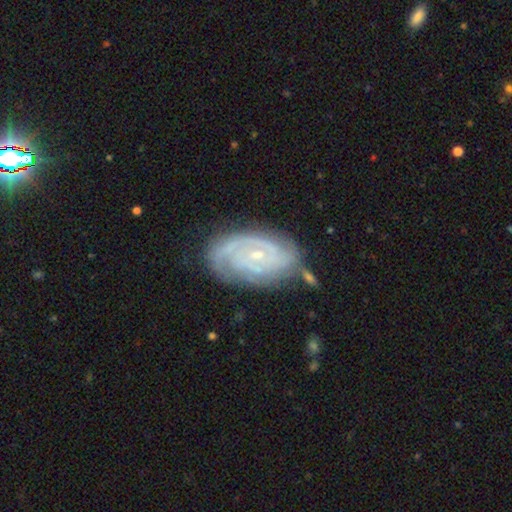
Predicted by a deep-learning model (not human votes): Smooth or featured?
  - featured or disk: 87% *
  - smooth: 8%
  - star or artifact: 6%
Edge-on disk?
  - no: 97% *
  - yes: 3%
Bar?
  - no: 56% *
  - weak: 35%
  - strong: 9%
Spiral arms?
  - yes: 97% *
  - no: 3%
Spiral winding?
  - tight: 70% *
  - medium: 25%
  - loose: 4%
Spiral arm count?
  - 2: 48% *
  - 3: 21%
  - can't tell: 18%
  - 4: 5%
  - 1: 4%
  - more than 4: 4%
Bulge size?
  - small: 75% *
  - moderate: 21%
  - none: 2%
  - large: 1%
  - dominant: 1%
Merging?
  - none: 70% *
  - minor disturbance: 21%
  - major disturbance: 6%
  - merger: 3%